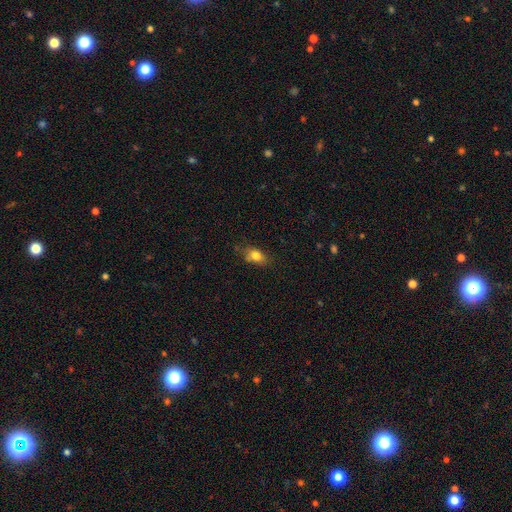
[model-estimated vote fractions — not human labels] Q: Smooth or featured?
A: smooth (80%); runner-up: featured or disk (11%)
Q: How rounded?
A: in between (78%); runner-up: round (18%)
Q: Merging?
A: none (68%); runner-up: minor disturbance (22%)